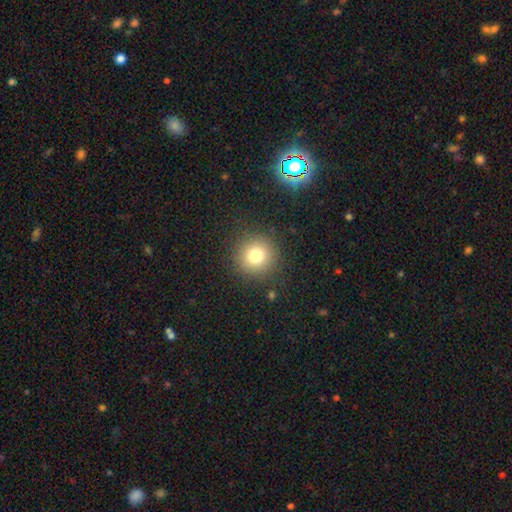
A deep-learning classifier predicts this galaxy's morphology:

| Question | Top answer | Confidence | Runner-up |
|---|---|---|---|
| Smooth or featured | smooth | 79% | star or artifact (13%) |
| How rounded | round | 93% | in between (6%) |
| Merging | none | 88% | minor disturbance (7%) |